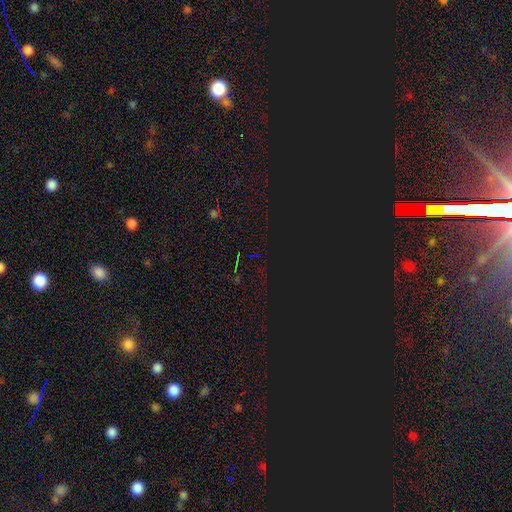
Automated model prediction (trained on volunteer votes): This appears to be a star or artifact, not a galaxy (82%).